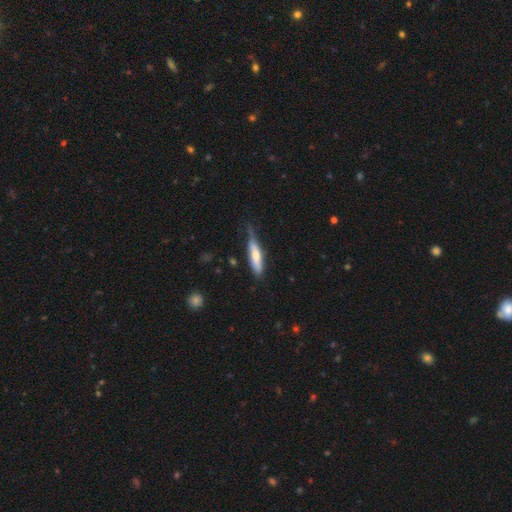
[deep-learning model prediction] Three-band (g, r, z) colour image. It shows a smooth galaxy with no disk features (63%) that is cigar-shaped (76%). Merging: none (52%).